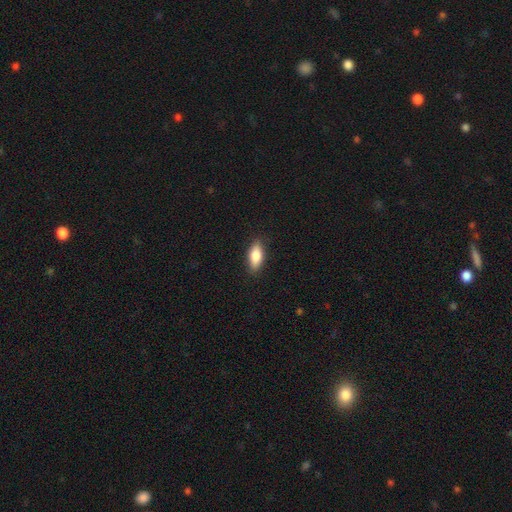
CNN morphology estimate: A smooth galaxy with no disk features (80%) that is in between round and cigar-shaped (79%).

Vote fractions:
- Smooth or featured? smooth: 80% / featured or disk: 13% / star or artifact: 6%
- How rounded? in between: 79% / cigar-shaped: 18% / round: 3%
- Merging? none: 88% / minor disturbance: 9% / major disturbance: 2% / merger: 1%